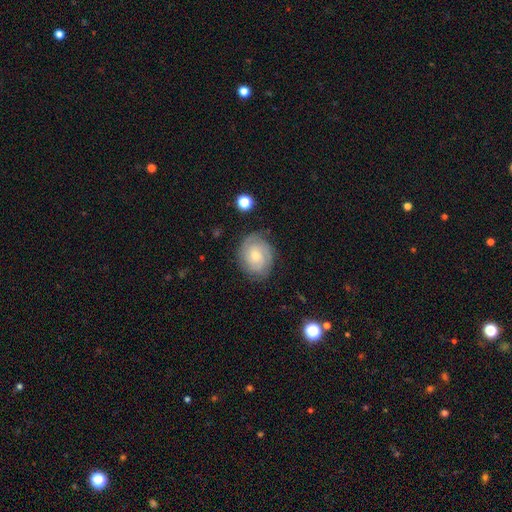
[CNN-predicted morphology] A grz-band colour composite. It shows a featured or disk galaxy (64%) with no bar (70%), tight (67%) spiral arms (90%) and a small central bulge (51%). Merging: none (76%).